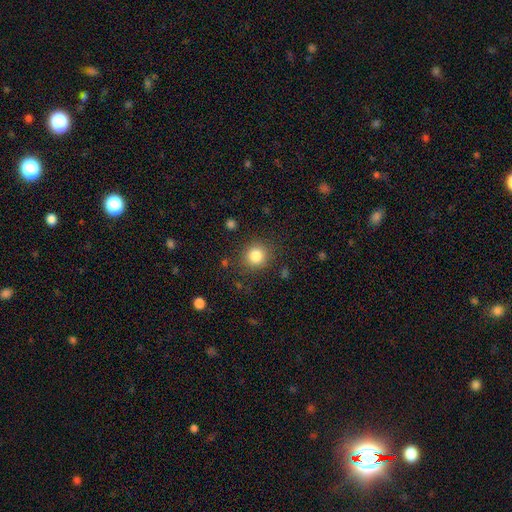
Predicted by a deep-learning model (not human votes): This appears to be a smooth galaxy with no disk features (83%) that is round (89%). Merging: none (86%).